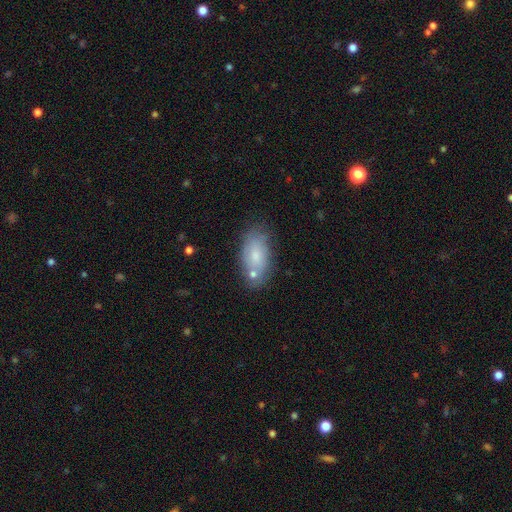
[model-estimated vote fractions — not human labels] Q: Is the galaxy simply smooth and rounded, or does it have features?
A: smooth — 74%.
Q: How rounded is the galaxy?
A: in between — 92%.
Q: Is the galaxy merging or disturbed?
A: none — 65%.